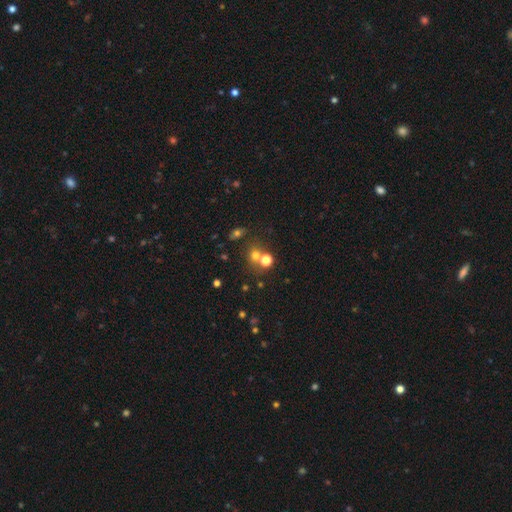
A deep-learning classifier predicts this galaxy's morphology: Smooth or featured: smooth — 65% (star or artifact — 23%)
How rounded: round — 80% (in between — 19%)
Merging: none — 54% (merger — 34%)